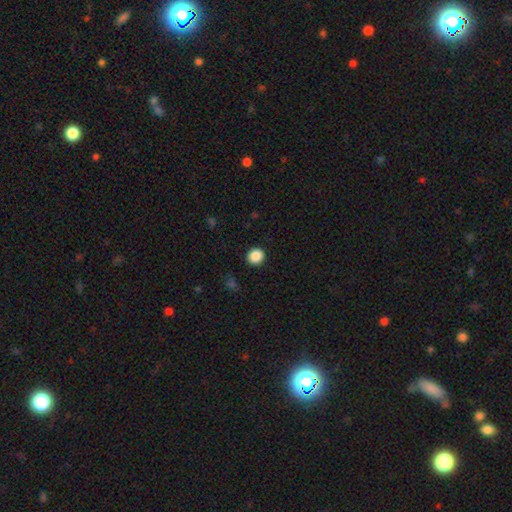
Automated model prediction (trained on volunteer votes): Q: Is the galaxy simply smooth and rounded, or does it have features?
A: smooth — 88%.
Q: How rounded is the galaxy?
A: round — 89%.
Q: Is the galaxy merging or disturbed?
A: none — 92%.